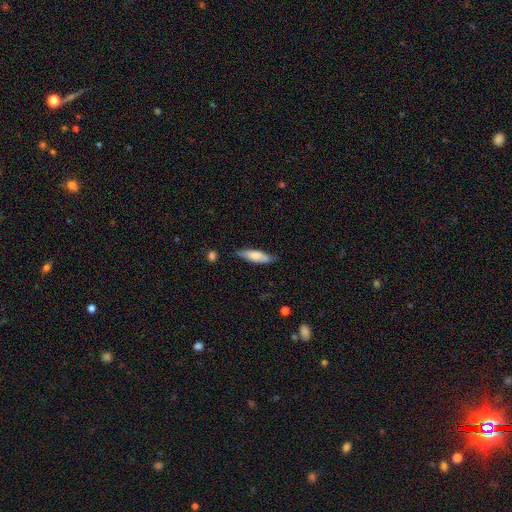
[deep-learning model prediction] smooth-or-featured: smooth: 74% | featured or disk: 20% | star or artifact: 6%
  how-rounded: cigar-shaped: 51% | in between: 47% | round: 2%
  merging: none: 72% | minor disturbance: 22% | major disturbance: 4% | merger: 2%